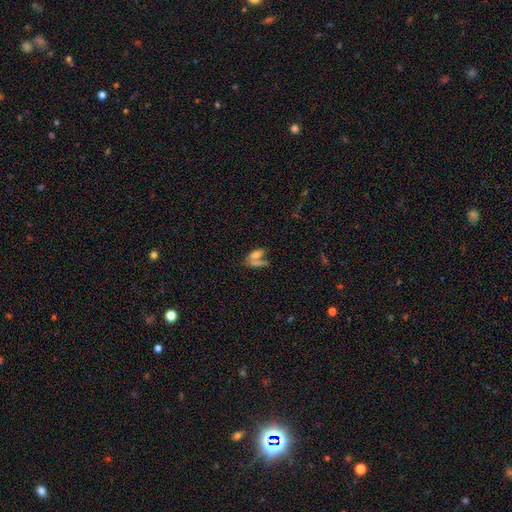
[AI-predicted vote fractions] smooth 66%, featured or disk 19%, star or artifact 15%. Down the decision tree: how rounded — in between (66%); merging — merger (43%).